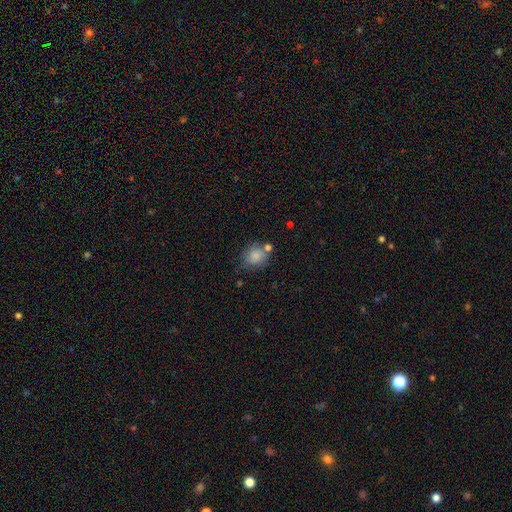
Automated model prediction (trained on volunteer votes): Smooth or featured? Predicted: smooth (p=0.79). How rounded? Predicted: round (p=0.68). Merging? Predicted: none (p=0.59).